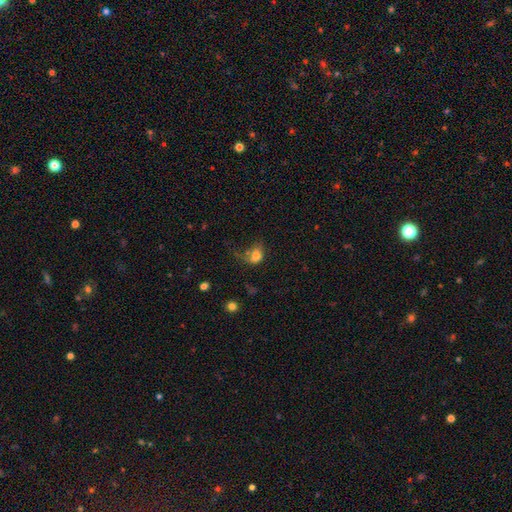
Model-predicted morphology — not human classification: The model was most divided on "merging": major disturbance: 40%, none: 27%, minor disturbance: 24%, merger: 9%. More confident: smooth or featured — smooth (75%); how rounded — in between (64%).